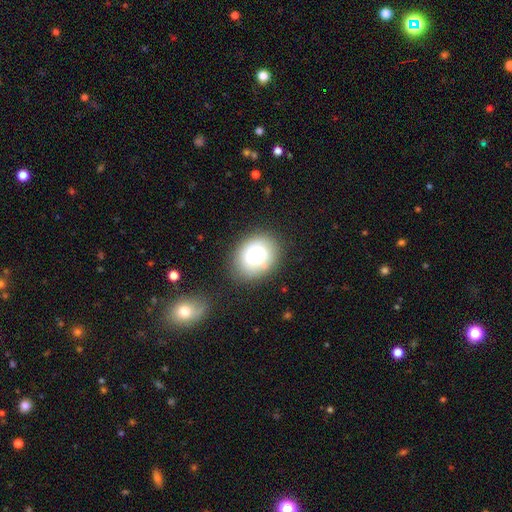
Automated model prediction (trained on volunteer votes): A smooth galaxy with no disk features (69%) that is in between round and cigar-shaped (52%). Merging: none (79%).